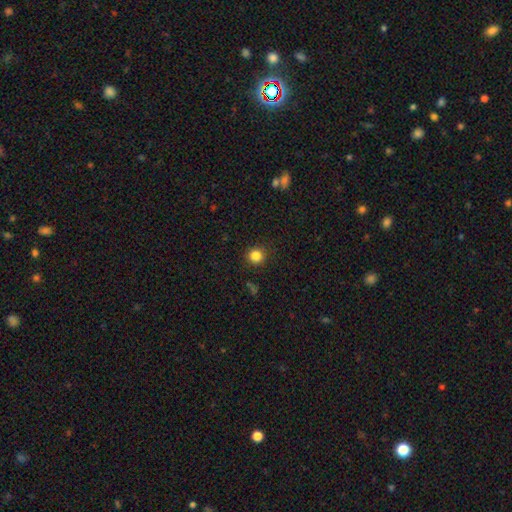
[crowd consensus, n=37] Smooth or featured: smooth — 92% (featured or disk — 5%)
How rounded: round — 97% (in between — 3%)
Merging: none — 89% (minor disturbance — 8%)